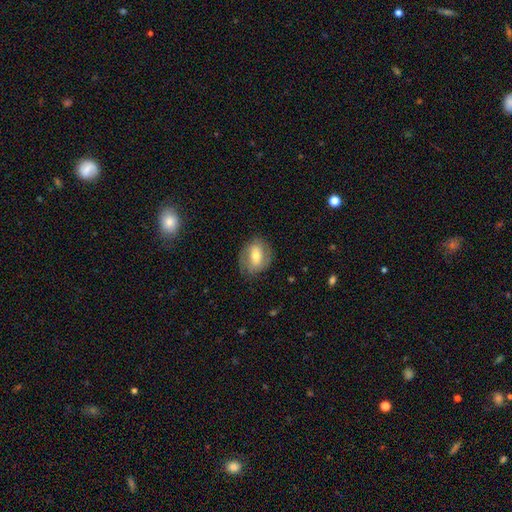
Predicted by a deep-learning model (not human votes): A featured or disk galaxy (48%). Merging: none (75%).